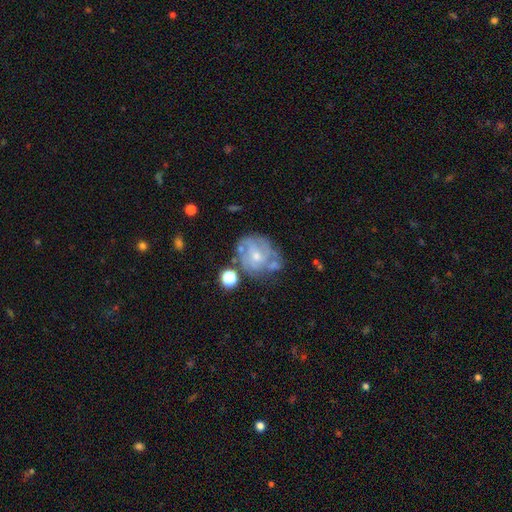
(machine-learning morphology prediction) type=featured or disk (74%); edge-on=no (98%); bar=no (58%); spiral arms=yes (83%); winding=tight (50%); arm count=can't tell (39%); bulge=small (56%); merging=none (54%).